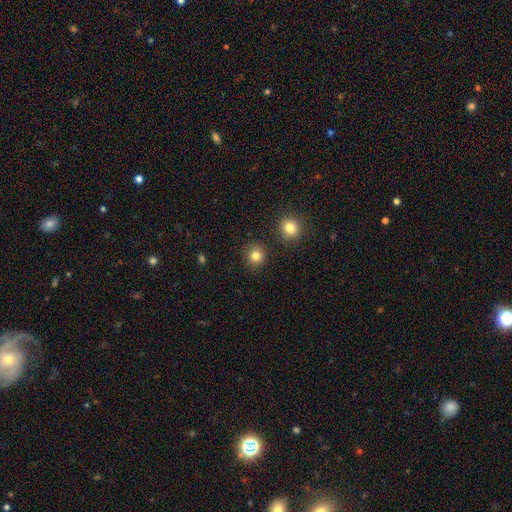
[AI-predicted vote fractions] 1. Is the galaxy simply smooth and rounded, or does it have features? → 82% smooth, 12% star or artifact, 6% featured or disk.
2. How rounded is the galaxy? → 93% round, 6% in between, 1% cigar-shaped.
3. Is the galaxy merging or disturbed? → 90% none, 6% minor disturbance, 3% merger, 2% major disturbance.